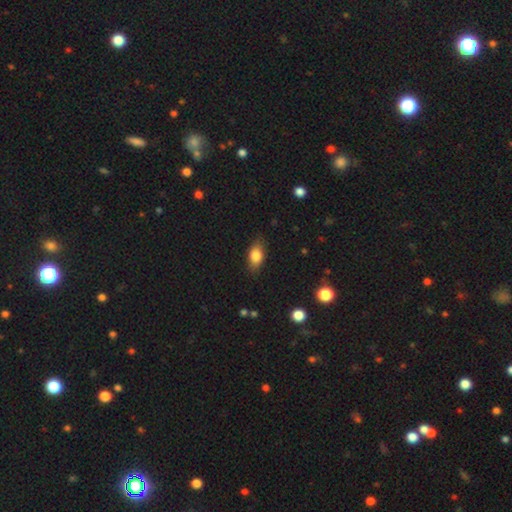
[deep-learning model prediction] This is likely a smooth galaxy (79%). How rounded: clearly in between (85%). Merging: clearly none (82%).